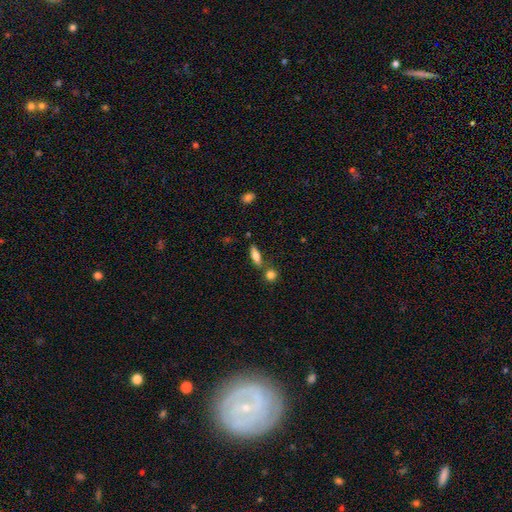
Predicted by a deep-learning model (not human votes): Smooth or featured? Predicted: smooth (p=0.75). How rounded? Predicted: in between (p=0.58). Merging? Predicted: none (p=0.70).